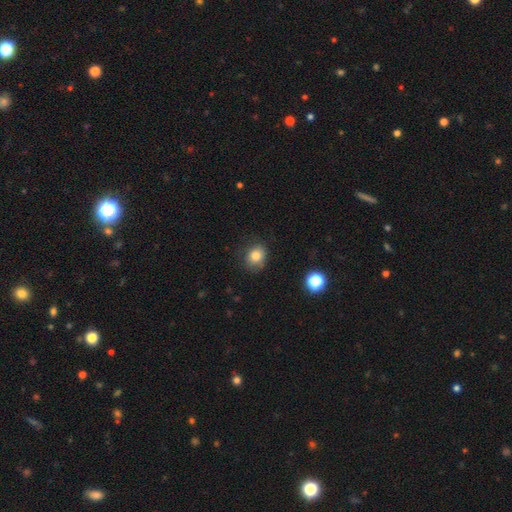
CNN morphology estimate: smooth_or_featured: smooth (p=0.81) [alt: star or artifact p=0.11]
how_rounded: round (p=0.61) [alt: in between p=0.38]
merging: none (p=0.76) [alt: minor disturbance p=0.18]